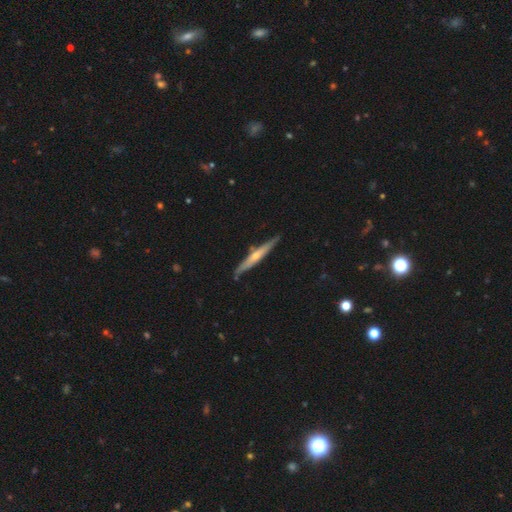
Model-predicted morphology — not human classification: A featured or disk galaxy (64%) viewed edge-on (95%) with a rounded central bulge (73%). Merging: none (84%).